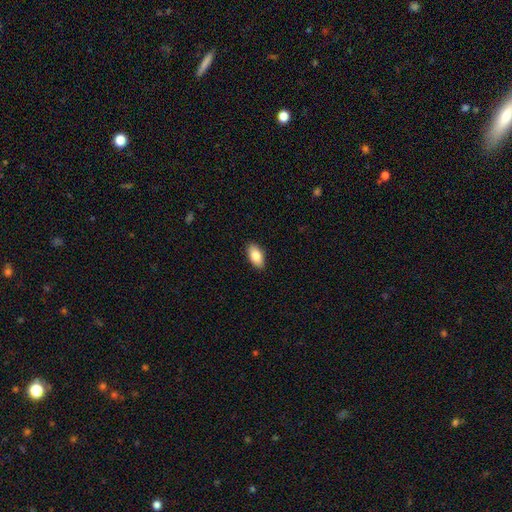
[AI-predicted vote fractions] Smooth or featured? Predicted: smooth (p=0.83). How rounded? Predicted: in between (p=0.92). Merging? Predicted: none (p=0.89).